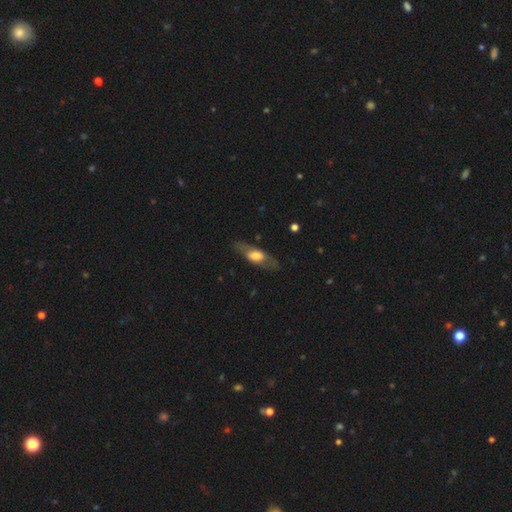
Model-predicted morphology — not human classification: A featured or disk galaxy (47%, tied with smooth). Merging: none (77%).